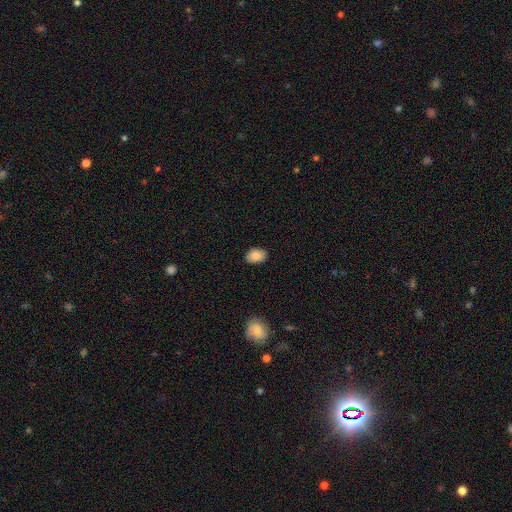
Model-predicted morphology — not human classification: A smooth galaxy with no disk features (87%) that is in between round and cigar-shaped (83%).

Vote fractions:
- Smooth or featured? smooth: 87% / star or artifact: 8% / featured or disk: 5%
- How rounded? in between: 83% / round: 16% / cigar-shaped: 1%
- Merging? none: 85% / minor disturbance: 12% / major disturbance: 2% / merger: 1%